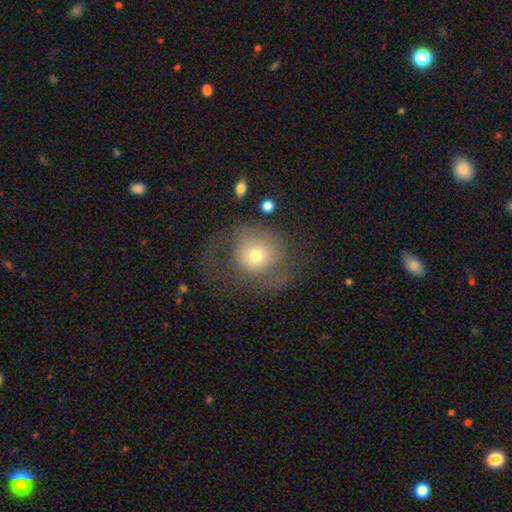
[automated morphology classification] Smooth or featured? smooth (60%)
How rounded? round (83%)
Merging? none (39%, tied with major disturbance)